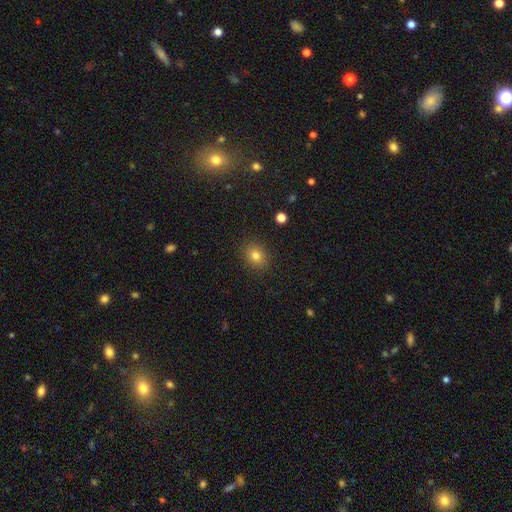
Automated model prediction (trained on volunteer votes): Morphology: type=smooth (81%); roundness=round (57%); merging=none (89%).